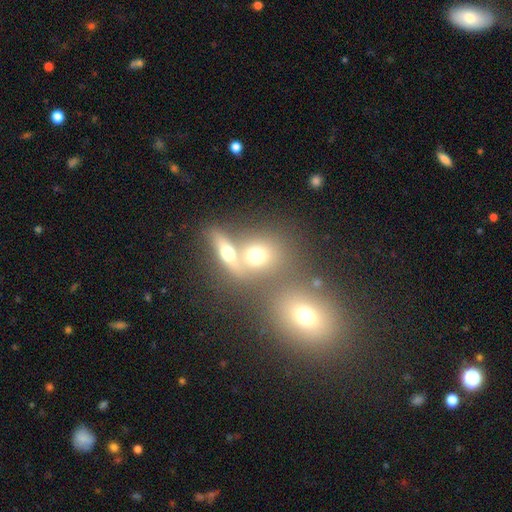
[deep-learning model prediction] smooth-or-featured: smooth: 63% | featured or disk: 23% | star or artifact: 14%
  how-rounded: round: 61% | in between: 34% | cigar-shaped: 4%
  merging: merger: 48% | none: 39% | minor disturbance: 7% | major disturbance: 5%